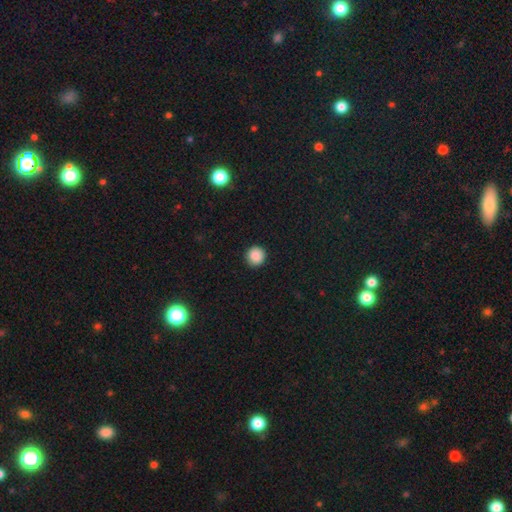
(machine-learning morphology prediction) smooth 88%, star or artifact 9%, featured or disk 3%. Down the decision tree: how rounded — round (95%); merging — none (91%).